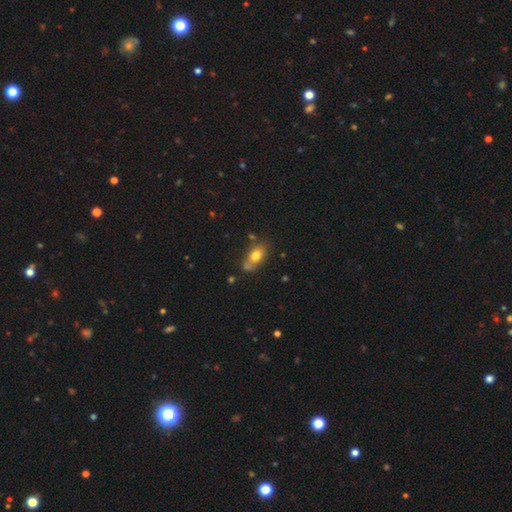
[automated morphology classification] Smooth or featured? Predicted: smooth (p=0.74). How rounded? Predicted: in between (p=0.80). Merging? Predicted: none (p=0.57).